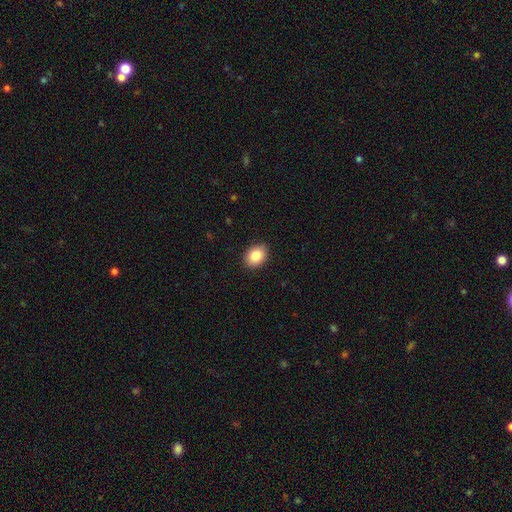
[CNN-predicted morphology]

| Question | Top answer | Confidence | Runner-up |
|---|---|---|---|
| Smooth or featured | smooth | 85% | star or artifact (8%) |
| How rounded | in between | 63% | round (36%) |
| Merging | none | 90% | minor disturbance (8%) |